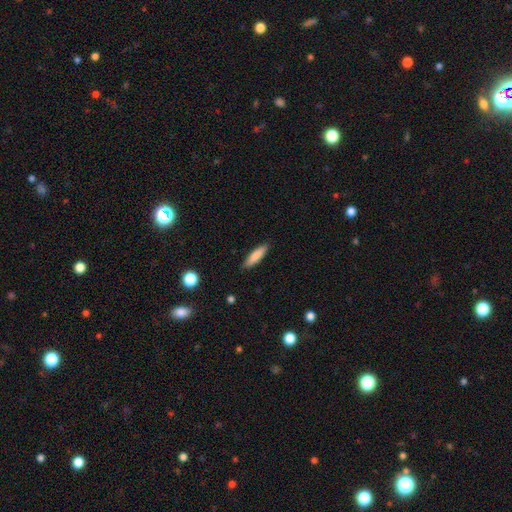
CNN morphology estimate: This appears to be a smooth galaxy with no disk features (82%) that is cigar-shaped (74%). Merging: none (88%).